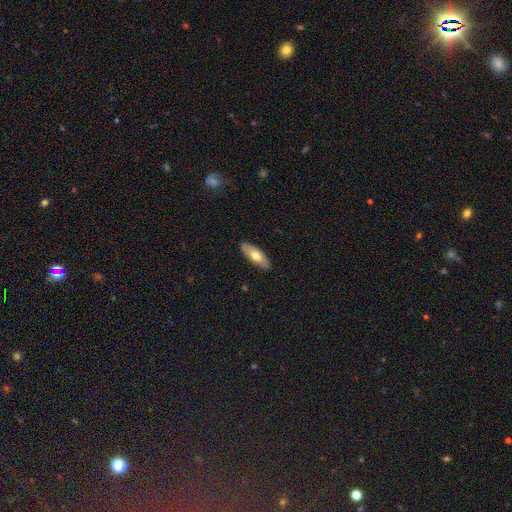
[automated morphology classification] smooth_or_featured: smooth (p=0.64) [alt: featured or disk p=0.30]
how_rounded: in between (p=0.67) [alt: cigar-shaped p=0.30]
merging: none (p=0.89) [alt: minor disturbance p=0.09]